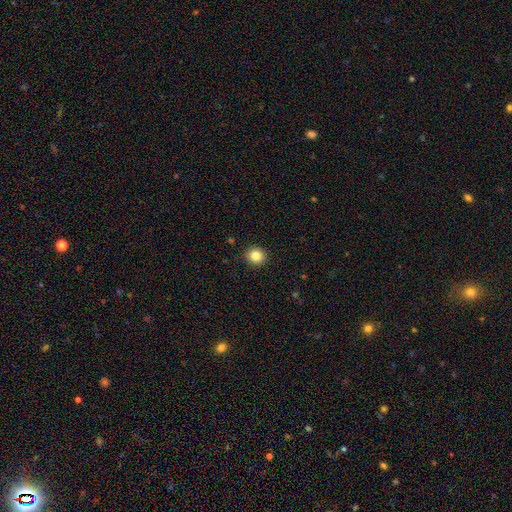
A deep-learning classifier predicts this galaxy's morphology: Smooth or featured? Predicted: smooth (p=0.84). How rounded? Predicted: round (p=0.89). Merging? Predicted: none (p=0.92).